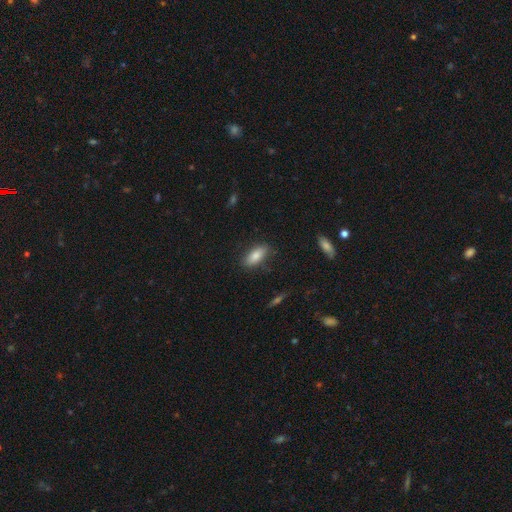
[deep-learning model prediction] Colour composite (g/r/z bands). It shows a smooth galaxy with no disk features (83%) that is in between round and cigar-shaped (82%). Merging: none (83%).